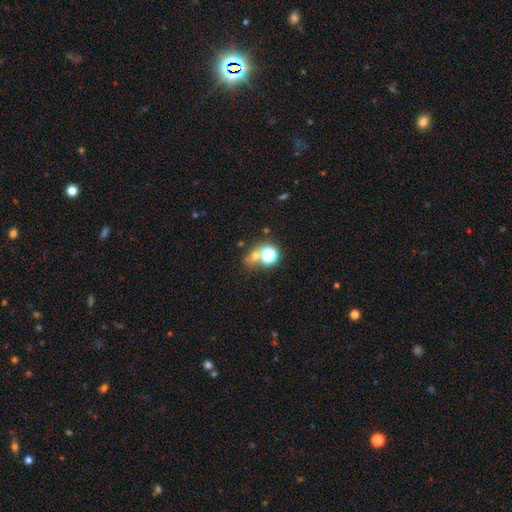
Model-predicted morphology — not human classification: Overall: smooth (52%; star or artifact 36%). How rounded: round (74%). Merging: none (51%; merger 31%).